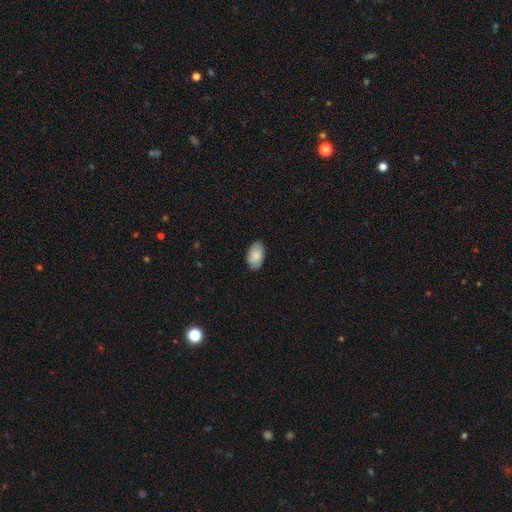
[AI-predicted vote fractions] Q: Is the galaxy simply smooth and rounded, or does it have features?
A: smooth — 88%.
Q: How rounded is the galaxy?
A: in between — 94%.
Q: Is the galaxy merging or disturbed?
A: none — 85%.